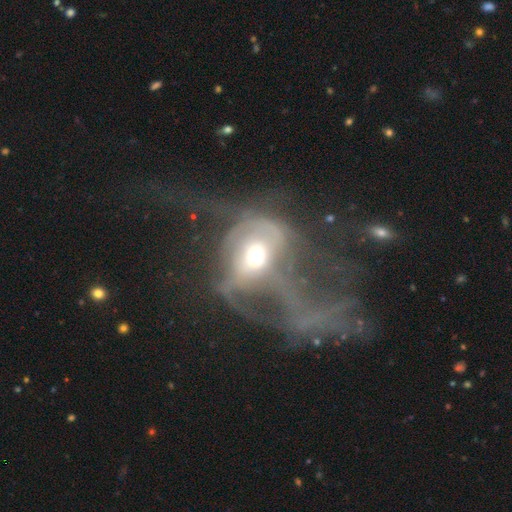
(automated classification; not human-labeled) Smooth or featured: featured or disk — 57% (smooth — 32%)
Edge-on disk: no — 94% (yes — 6%)
Bar: no — 74% (weak — 18%)
Spiral arms: no — 62% (yes — 38%)
Bulge size: moderate — 65% (small — 16%)
Merging: major disturbance — 66% (none — 16%)